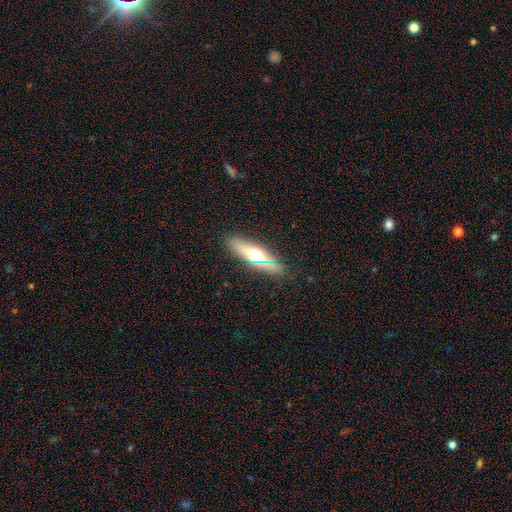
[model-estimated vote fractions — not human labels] Smooth or featured? smooth (51%)
How rounded? cigar-shaped (55%)
Merging? none (86%)